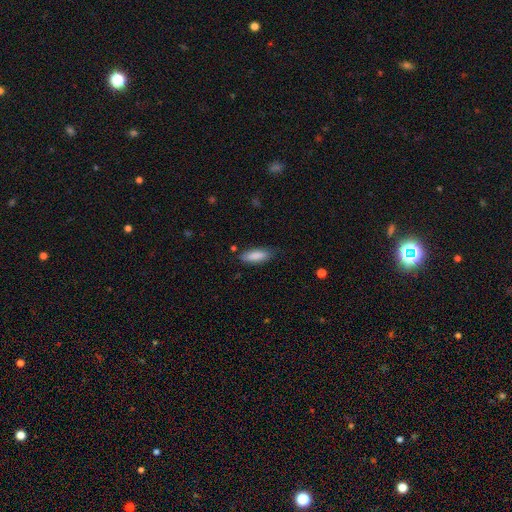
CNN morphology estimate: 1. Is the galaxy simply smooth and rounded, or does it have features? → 87% smooth, 7% featured or disk, 6% star or artifact.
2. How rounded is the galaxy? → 66% in between, 32% cigar-shaped, 2% round.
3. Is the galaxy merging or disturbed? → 78% none, 17% minor disturbance, 3% major disturbance, 2% merger.